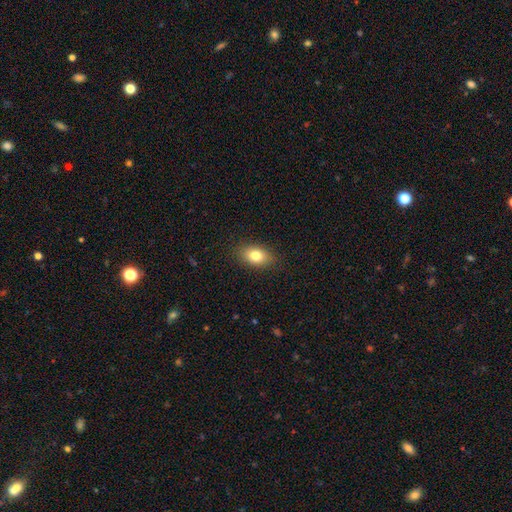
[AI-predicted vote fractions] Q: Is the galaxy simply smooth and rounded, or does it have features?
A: smooth — 80%.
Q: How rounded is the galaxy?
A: in between — 85%.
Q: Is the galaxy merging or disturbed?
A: none — 88%.